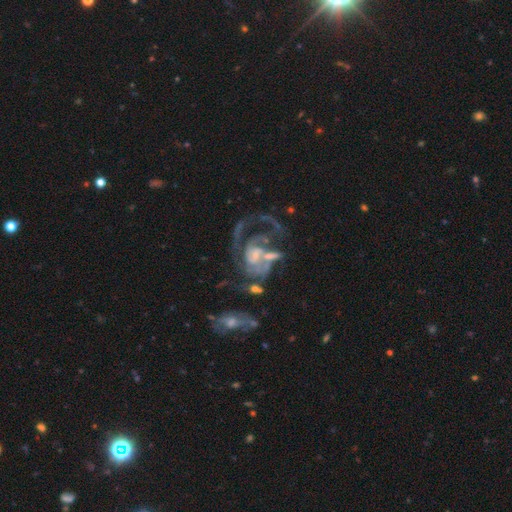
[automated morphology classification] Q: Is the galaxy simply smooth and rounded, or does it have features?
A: featured or disk — 86%.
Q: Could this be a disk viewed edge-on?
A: no — 98%.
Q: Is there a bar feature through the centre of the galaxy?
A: no — 54%.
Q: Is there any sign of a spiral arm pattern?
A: yes — 90%.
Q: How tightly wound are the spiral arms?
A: medium — 44%.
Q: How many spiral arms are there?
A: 2 — 39%.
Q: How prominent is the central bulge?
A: small — 51%.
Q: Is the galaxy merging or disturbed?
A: major disturbance — 37%.